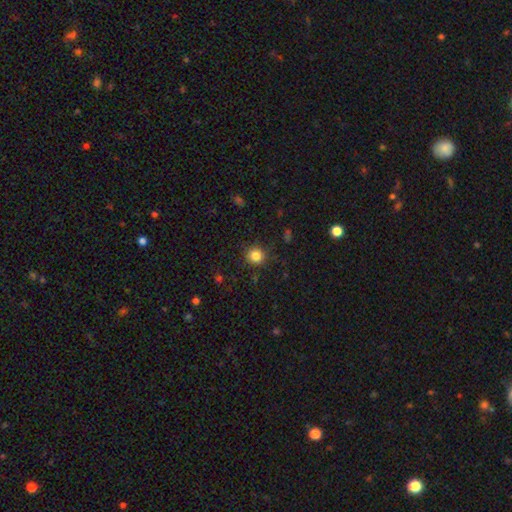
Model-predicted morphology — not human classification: Q: Smooth or featured?
A: smooth (83%); runner-up: star or artifact (12%)
Q: How rounded?
A: round (90%); runner-up: in between (9%)
Q: Merging?
A: none (87%); runner-up: minor disturbance (9%)